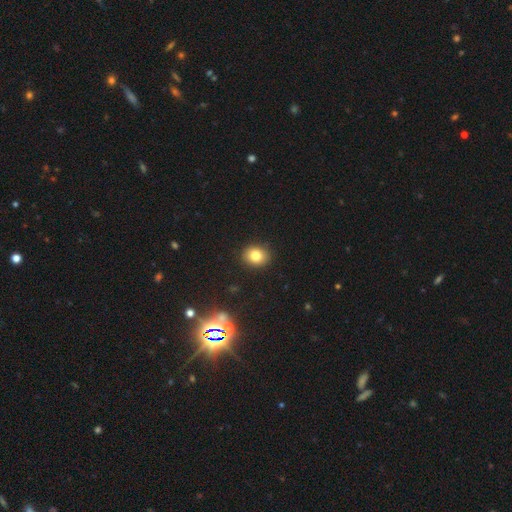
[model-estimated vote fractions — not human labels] Overall: smooth (80%). How rounded: round (63%; in between 36%). Merging: none (89%).